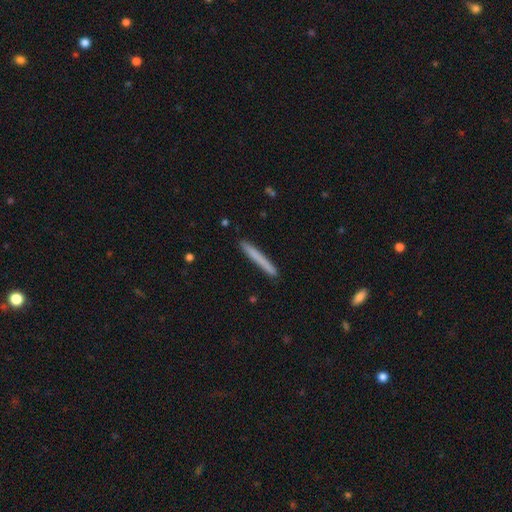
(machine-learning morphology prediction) This appears to be a smooth galaxy with no disk features (71%) that is cigar-shaped (97%). Merging: none (89%).